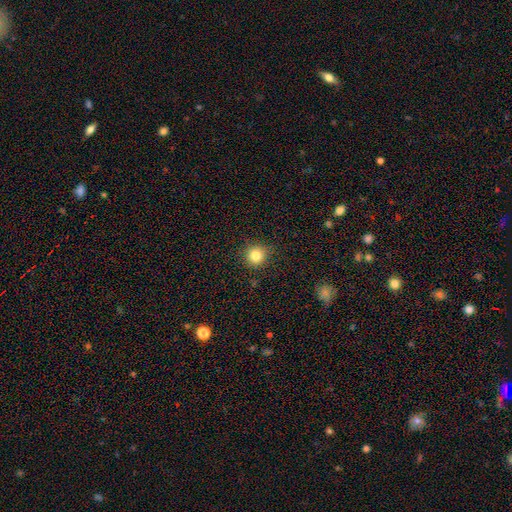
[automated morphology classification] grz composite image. It shows a smooth galaxy with no disk features (83%) that is round (93%). Merging: none (89%).